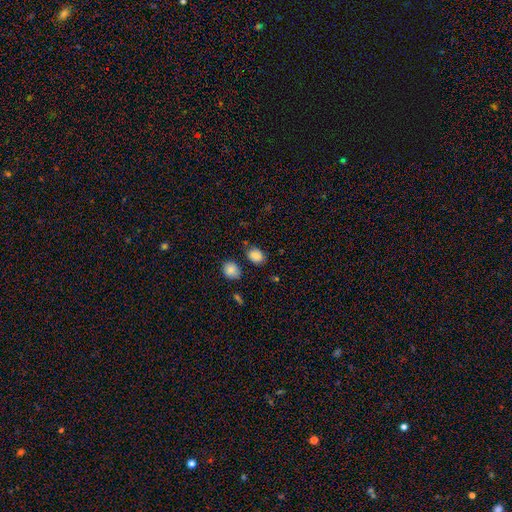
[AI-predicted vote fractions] Smooth or featured?
  - smooth: 85% *
  - star or artifact: 10%
  - featured or disk: 5%
How rounded?
  - in between: 64% *
  - round: 35%
  - cigar-shaped: 1%
Merging?
  - none: 73% *
  - minor disturbance: 18%
  - merger: 5%
  - major disturbance: 4%